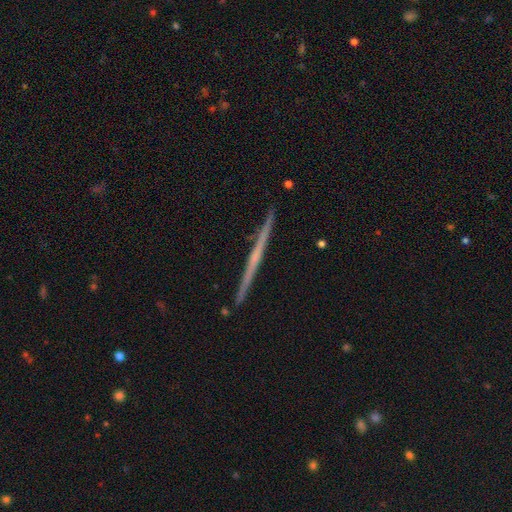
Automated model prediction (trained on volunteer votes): A featured or disk galaxy (72%) viewed edge-on (98%) with no central bulge (72%). Merging: none (92%).